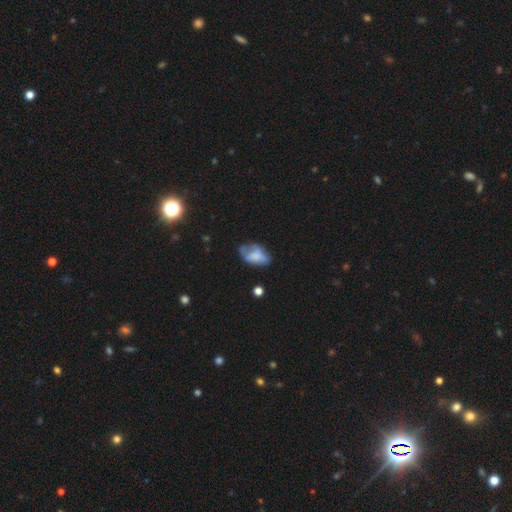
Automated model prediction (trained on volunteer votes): Smooth or featured: smooth — 57% (featured or disk — 33%)
How rounded: in between — 90% (round — 8%)
Merging: none — 42% (minor disturbance — 33%)